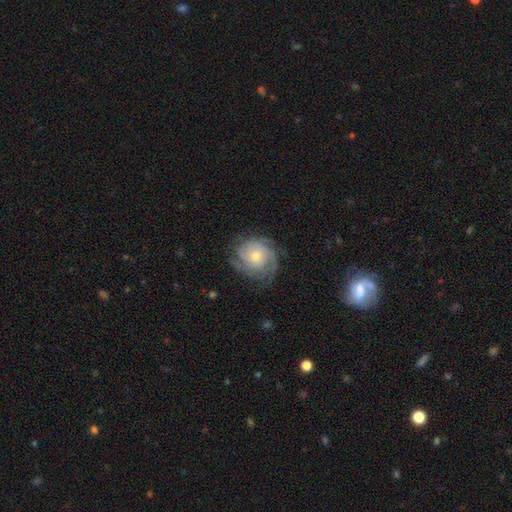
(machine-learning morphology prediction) Smooth or featured: featured or disk — 79% (smooth — 15%)
Edge-on disk: no — 97% (yes — 3%)
Bar: no — 78% (weak — 18%)
Spiral arms: yes — 94% (no — 6%)
Spiral winding: tight — 62% (medium — 29%)
Spiral arm count: can't tell — 29% (3 — 28%)
Bulge size: small — 49% (moderate — 45%)
Merging: none — 70% (minor disturbance — 19%)